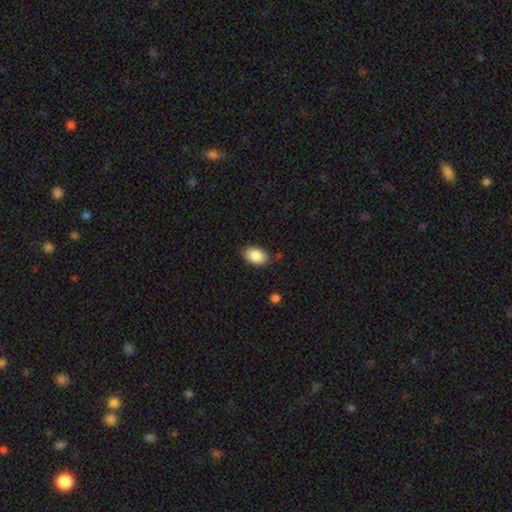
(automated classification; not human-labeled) Morphology: type=smooth (88%); roundness=in between (92%); merging=none (84%).